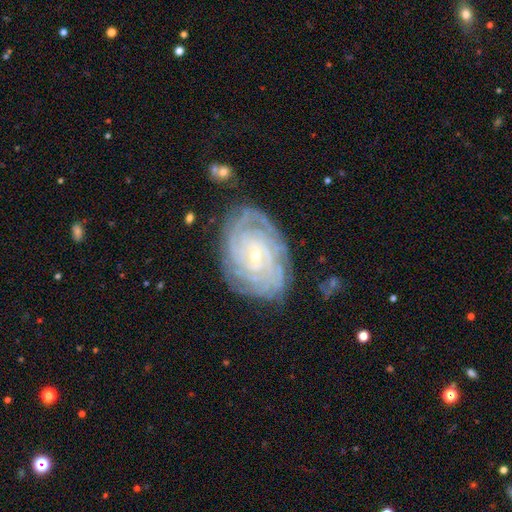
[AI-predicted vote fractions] Smooth or featured?
  - featured or disk: 89% *
  - smooth: 6%
  - star or artifact: 5%
Edge-on disk?
  - no: 97% *
  - yes: 3%
Bar?
  - no: 58% *
  - weak: 32%
  - strong: 10%
Spiral arms?
  - yes: 97% *
  - no: 3%
Spiral winding?
  - tight: 84% *
  - medium: 14%
  - loose: 2%
Spiral arm count?
  - can't tell: 29% *
  - 4: 23%
  - more than 4: 16%
  - 3: 14%
  - 2: 12%
  - 1: 7%
Bulge size?
  - small: 80% *
  - moderate: 17%
  - large: 1%
  - none: 1%
  - dominant: 1%
Merging?
  - none: 79% *
  - minor disturbance: 15%
  - major disturbance: 4%
  - merger: 2%